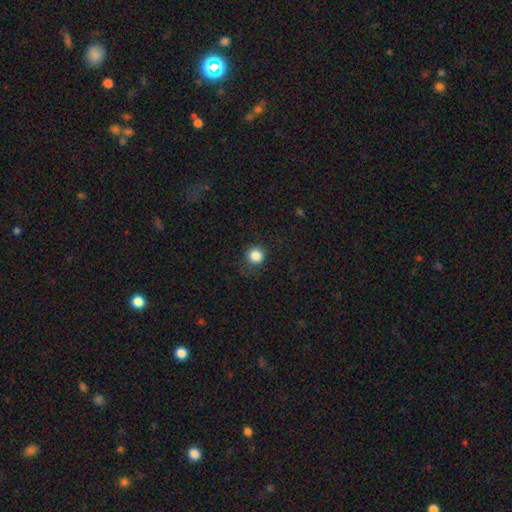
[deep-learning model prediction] This appears to be a smooth galaxy with no disk features (85%) that is round (93%). Merging: none (86%).